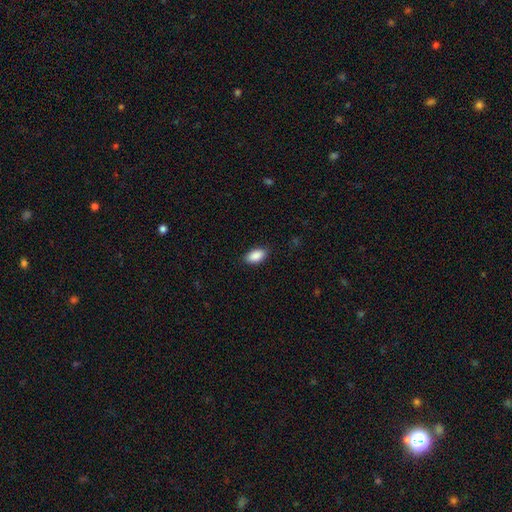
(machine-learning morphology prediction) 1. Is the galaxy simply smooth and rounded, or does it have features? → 90% smooth, 7% star or artifact, 3% featured or disk.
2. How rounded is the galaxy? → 93% in between, 4% round, 3% cigar-shaped.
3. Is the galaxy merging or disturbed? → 85% none, 11% minor disturbance, 3% major disturbance, 1% merger.